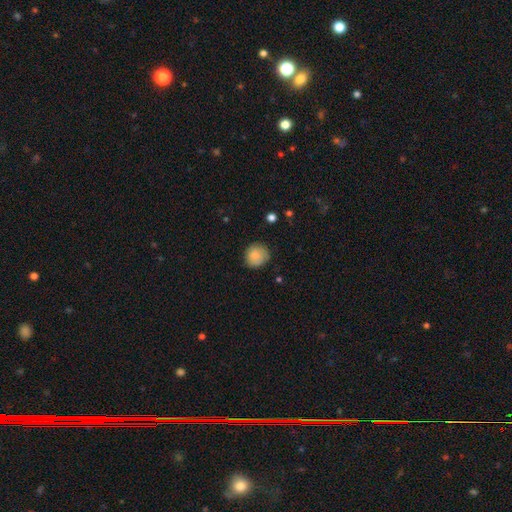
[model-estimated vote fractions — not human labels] smooth 83%, featured or disk 9%, star or artifact 8%. Down the decision tree: how rounded — round (87%); merging — none (75%).